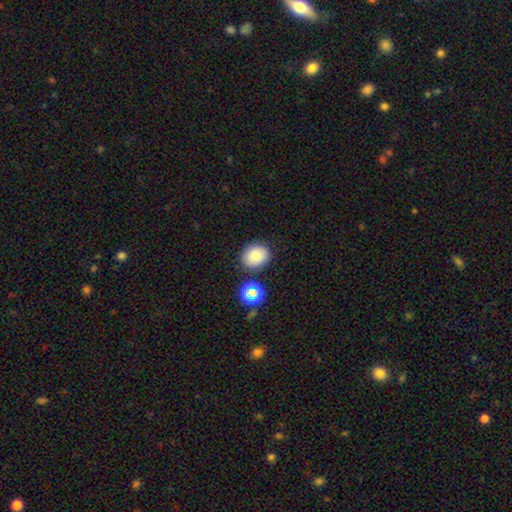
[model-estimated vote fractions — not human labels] Smooth or featured? Predicted: smooth (p=0.80). How rounded? Predicted: round (p=0.66). Merging? Predicted: none (p=0.83).